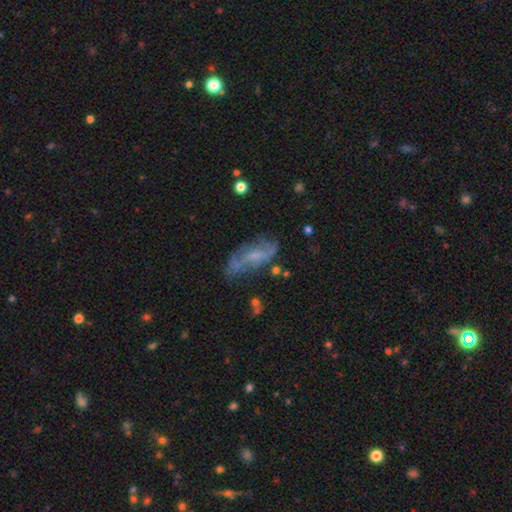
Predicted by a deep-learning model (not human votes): Morphology: type=featured or disk (63%); edge-on=no (88%); bar=no (45%); spiral arms=yes (70%); bulge=small (43%); merging=none (51%).